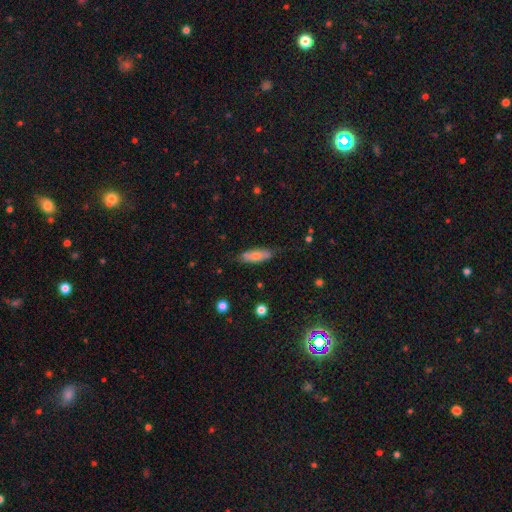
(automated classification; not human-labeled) A smooth galaxy with no disk features (60%) that is in between round and cigar-shaped (59%).

Vote fractions:
- Smooth or featured? smooth: 60% / featured or disk: 33% / star or artifact: 7%
- How rounded? in between: 59% / cigar-shaped: 38% / round: 2%
- Merging? none: 76% / minor disturbance: 18% / major disturbance: 4% / merger: 2%